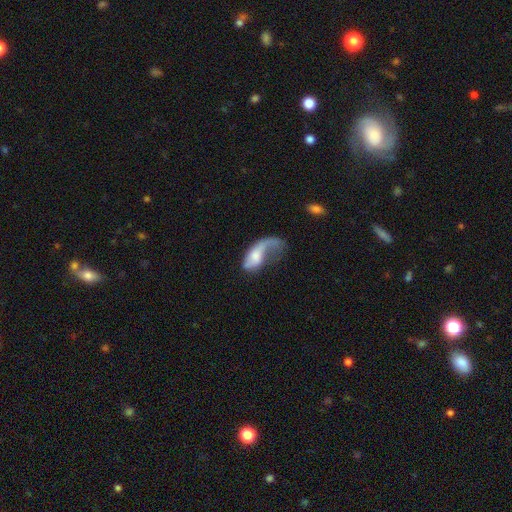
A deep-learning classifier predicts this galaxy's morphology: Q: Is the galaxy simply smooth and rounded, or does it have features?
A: featured or disk — 52%.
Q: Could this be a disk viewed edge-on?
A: no — 92%.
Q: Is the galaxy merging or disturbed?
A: major disturbance — 60%.